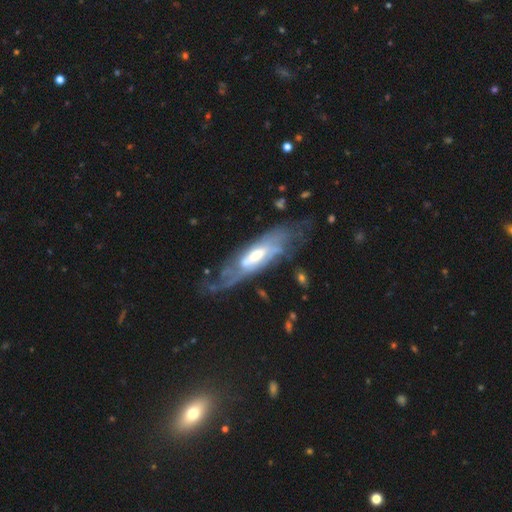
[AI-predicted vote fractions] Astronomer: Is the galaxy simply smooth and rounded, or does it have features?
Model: featured or disk — 80%.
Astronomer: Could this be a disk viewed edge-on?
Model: no — 77%.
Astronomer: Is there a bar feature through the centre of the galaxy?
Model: no — 41% (runner-up: weak, 39%).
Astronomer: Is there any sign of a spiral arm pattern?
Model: yes — 85%.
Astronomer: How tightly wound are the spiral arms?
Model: tight — 47% (runner-up: medium, 36%).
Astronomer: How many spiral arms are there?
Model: can't tell — 50% (runner-up: 2, 29%).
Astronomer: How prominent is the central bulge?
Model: moderate — 55%.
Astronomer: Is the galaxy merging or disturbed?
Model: none — 56%.